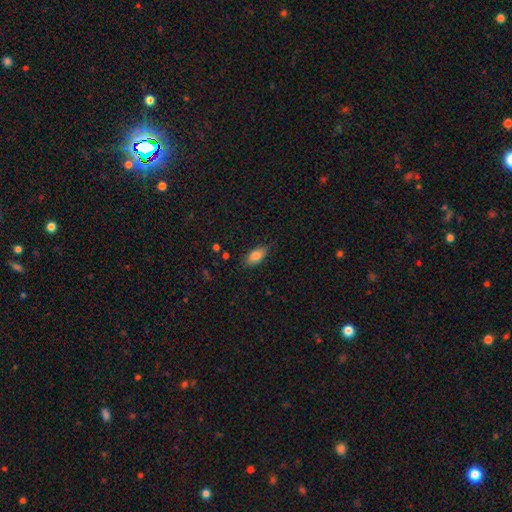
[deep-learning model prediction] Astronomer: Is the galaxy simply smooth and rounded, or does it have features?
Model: smooth — 82%.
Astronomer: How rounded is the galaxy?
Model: in between — 91%.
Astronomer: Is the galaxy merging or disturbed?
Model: none — 83%.